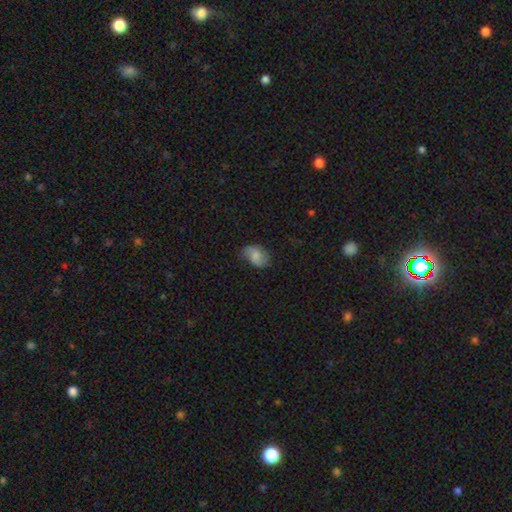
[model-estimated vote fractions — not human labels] Overall: smooth (66%). How rounded: in between (82%). Merging: none (64%; minor disturbance 27%).